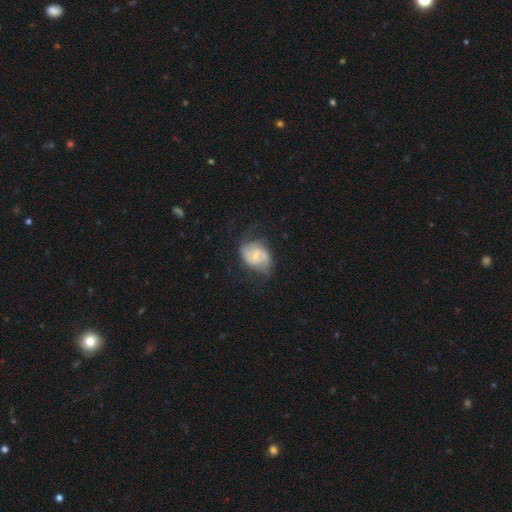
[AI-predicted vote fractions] Morphology: type=featured or disk (69%); edge-on=no (97%); bar=weak (48%); spiral arms=yes (87%); winding=medium (43%); arm count=2 (72%); bulge=small (58%); merging=none (53%).